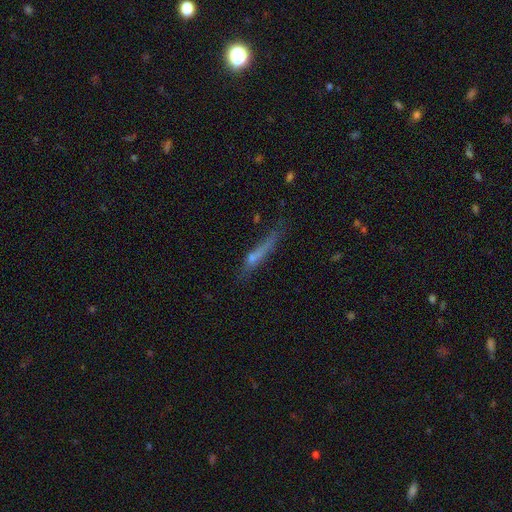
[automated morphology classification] Smooth or featured: smooth — 52% (featured or disk — 35%)
How rounded: cigar-shaped — 88% (in between — 10%)
Merging: none — 49% (minor disturbance — 25%)